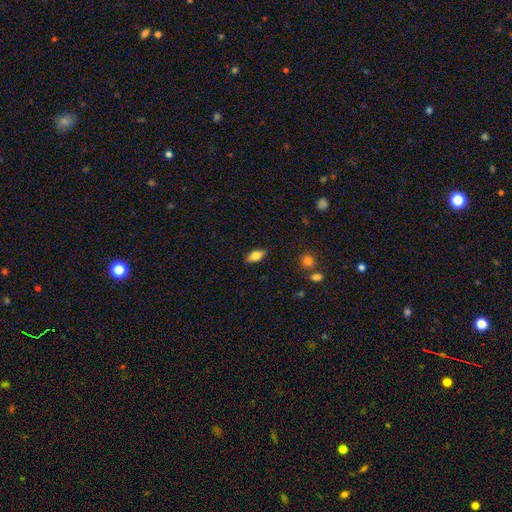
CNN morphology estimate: Smooth or featured? Predicted: smooth (p=0.79). How rounded? Predicted: in between (p=0.88). Merging? Predicted: none (p=0.87).